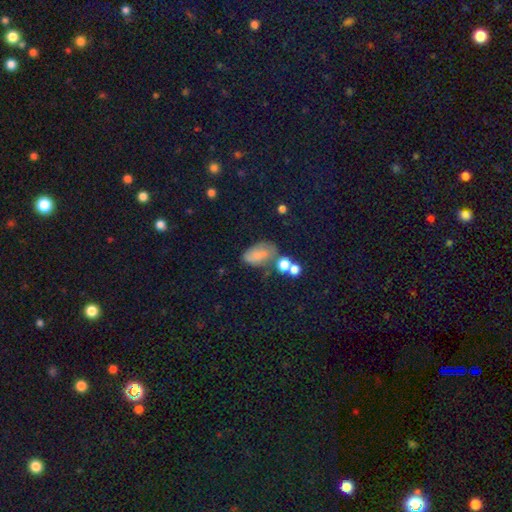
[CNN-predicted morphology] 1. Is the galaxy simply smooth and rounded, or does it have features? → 54% smooth, 25% star or artifact, 21% featured or disk.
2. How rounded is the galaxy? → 86% in between, 11% round, 3% cigar-shaped.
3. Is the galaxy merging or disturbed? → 46% none, 25% minor disturbance, 16% merger, 14% major disturbance.